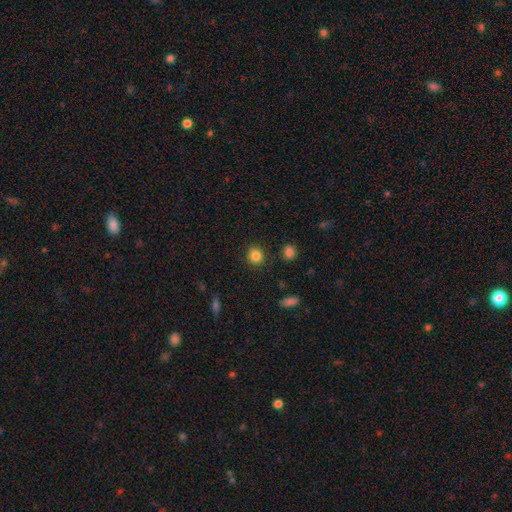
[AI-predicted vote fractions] Smooth or featured?
  - smooth: 85% *
  - star or artifact: 11%
  - featured or disk: 4%
How rounded?
  - round: 86% *
  - in between: 13%
  - cigar-shaped: 1%
Merging?
  - none: 89% *
  - minor disturbance: 7%
  - major disturbance: 2%
  - merger: 2%